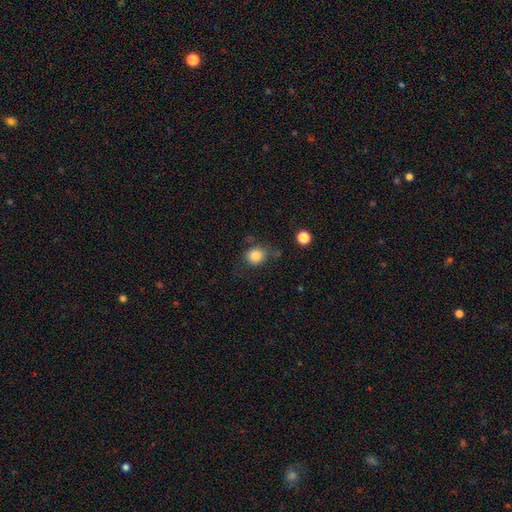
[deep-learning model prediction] This is clearly a smooth galaxy (82%). How rounded: likely round (78%). Merging: likely none (69%).